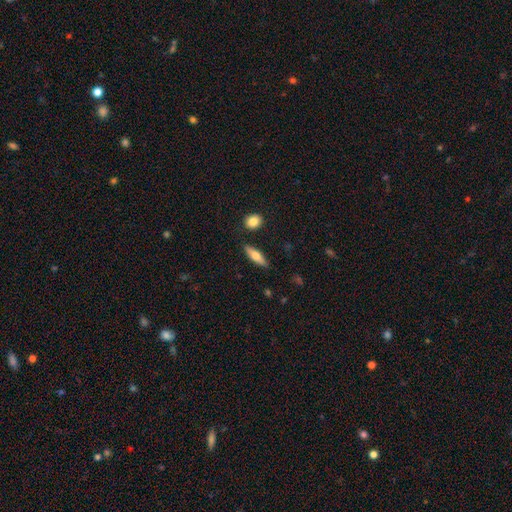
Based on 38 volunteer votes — Smooth or featured: smooth — 68% (featured or disk — 26%)
How rounded: cigar-shaped — 65% (in between — 31%)
Merging: none — 83% (merger — 11%)